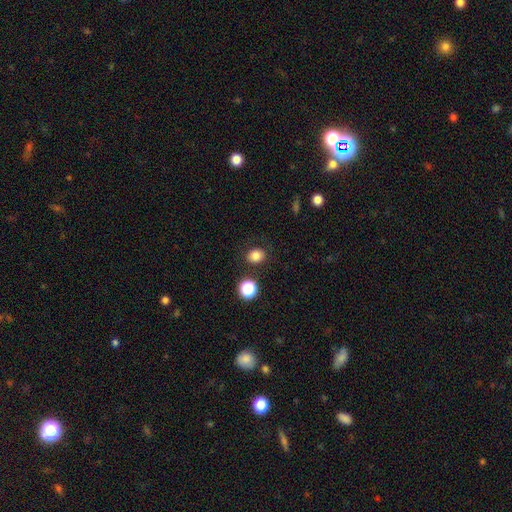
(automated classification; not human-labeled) smooth 82%, star or artifact 12%, featured or disk 5%. Down the decision tree: how rounded — round (63%); merging — none (85%).